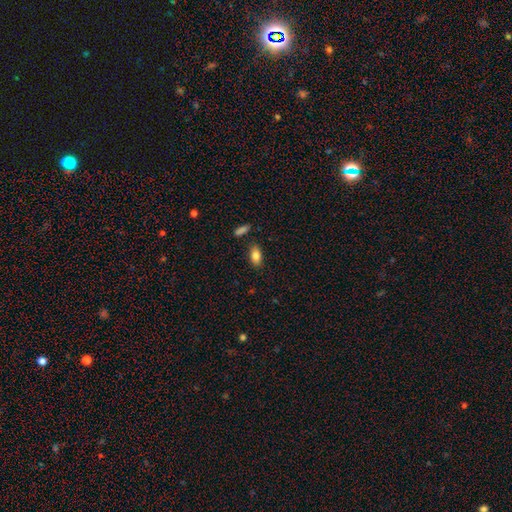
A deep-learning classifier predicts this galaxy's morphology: Smooth or featured?
  - smooth: 84% *
  - featured or disk: 8%
  - star or artifact: 8%
How rounded?
  - in between: 90% *
  - round: 5%
  - cigar-shaped: 5%
Merging?
  - none: 84% *
  - minor disturbance: 10%
  - merger: 3%
  - major disturbance: 2%